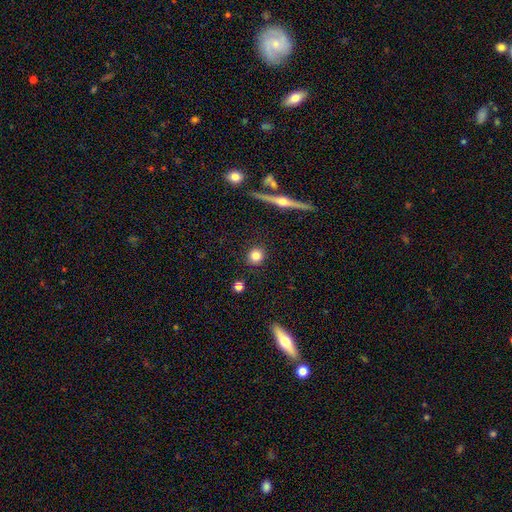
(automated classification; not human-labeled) The model was most divided on "smooth or featured": smooth: 80%, featured or disk: 11%, star or artifact: 10%. More confident: how rounded — round (91%); merging — none (90%).